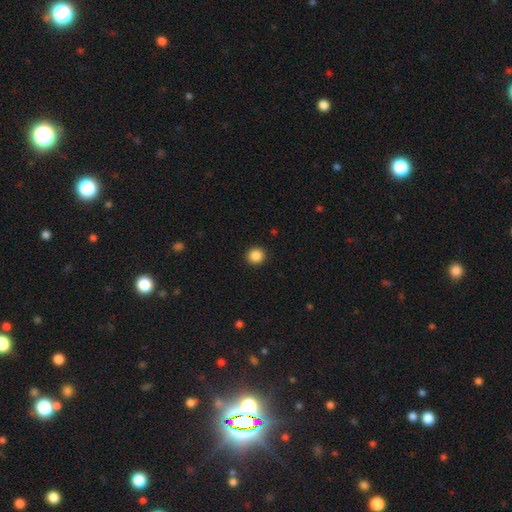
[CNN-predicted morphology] The model was most divided on "smooth or featured": smooth: 88%, star or artifact: 10%, featured or disk: 3%. More confident: merging — none (93%); how rounded — round (92%).